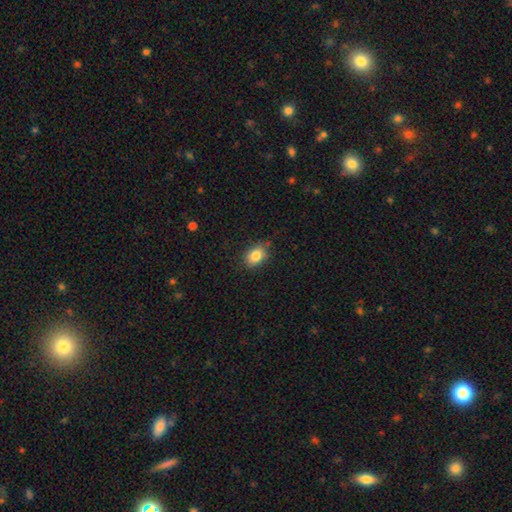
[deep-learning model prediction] Smooth or featured? Predicted: smooth (p=0.83). How rounded? Predicted: in between (p=0.74). Merging? Predicted: none (p=0.78).